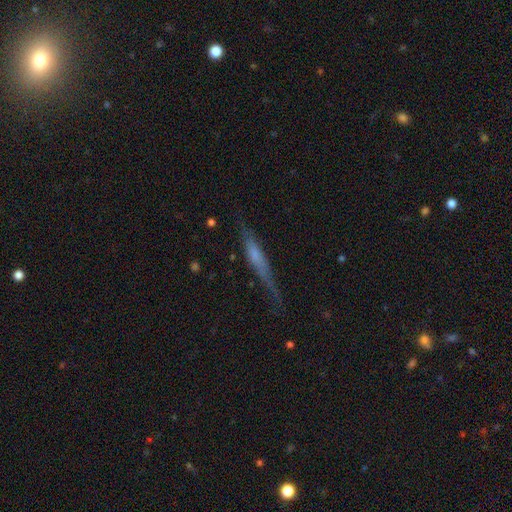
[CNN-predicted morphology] A featured or disk galaxy (50%) viewed edge-on (88%).

Vote fractions:
- Smooth or featured? featured or disk: 50% / smooth: 42% / star or artifact: 8%
- Edge-on disk? yes: 88% / no: 12%
- Merging? none: 59% / minor disturbance: 26% / major disturbance: 12% / merger: 3%